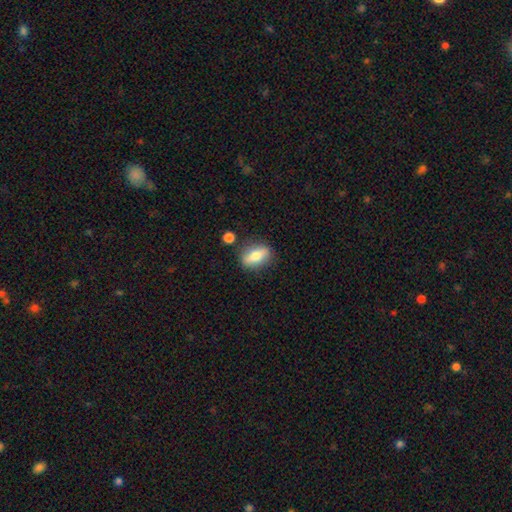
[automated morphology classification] A smooth galaxy with no disk features (63%) that is in between round and cigar-shaped (71%).

Vote fractions:
- Smooth or featured? smooth: 63% / featured or disk: 30% / star or artifact: 7%
- How rounded? in between: 71% / cigar-shaped: 15% / round: 14%
- Merging? none: 80% / minor disturbance: 12% / merger: 4% / major disturbance: 4%